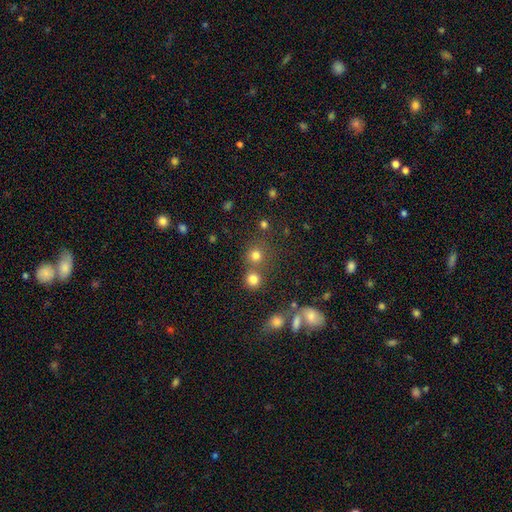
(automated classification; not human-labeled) Smooth or featured? Predicted: smooth (p=0.73). How rounded? Predicted: round (p=0.89). Merging? Predicted: none (p=0.65).